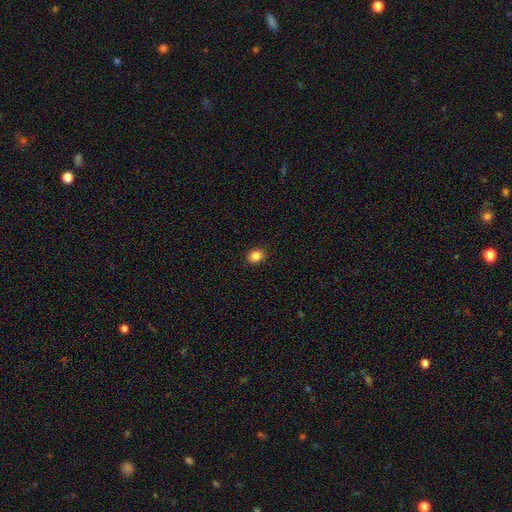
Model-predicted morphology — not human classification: smooth 85%, star or artifact 11%, featured or disk 4%. Down the decision tree: how rounded — round (62%); merging — none (91%).